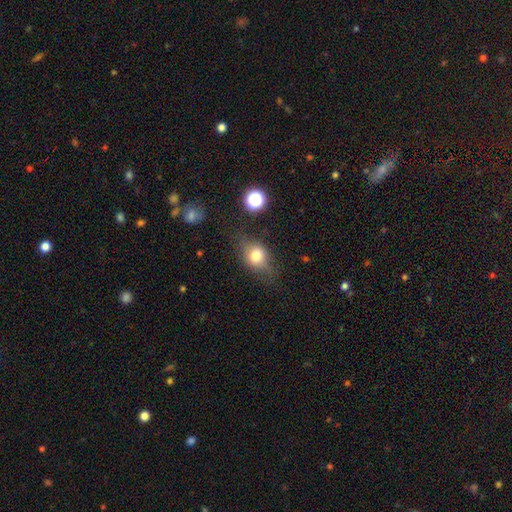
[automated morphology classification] A smooth galaxy with no disk features (69%) that is in between round and cigar-shaped (53%). Merging: none (62%).